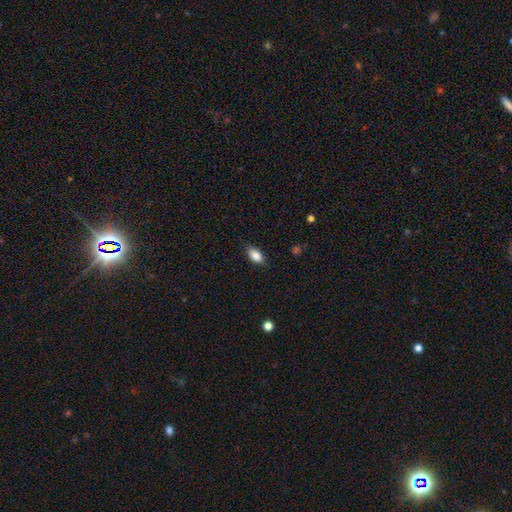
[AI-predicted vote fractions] Smooth or featured: smooth — 88% (star or artifact — 8%)
How rounded: in between — 91% (round — 6%)
Merging: none — 84% (minor disturbance — 12%)